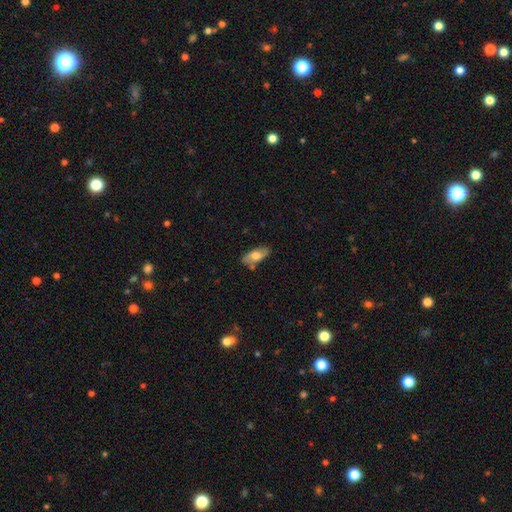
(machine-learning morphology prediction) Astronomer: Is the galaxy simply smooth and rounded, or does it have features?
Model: smooth — 63%.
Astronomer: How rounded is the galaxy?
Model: in between — 84%.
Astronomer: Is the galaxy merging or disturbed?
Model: none — 72%.